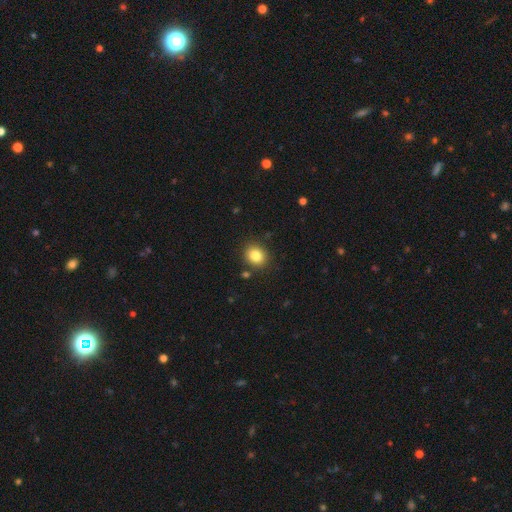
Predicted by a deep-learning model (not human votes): Smooth or featured? Predicted: smooth (p=0.83). How rounded? Predicted: round (p=0.71). Merging? Predicted: none (p=0.86).